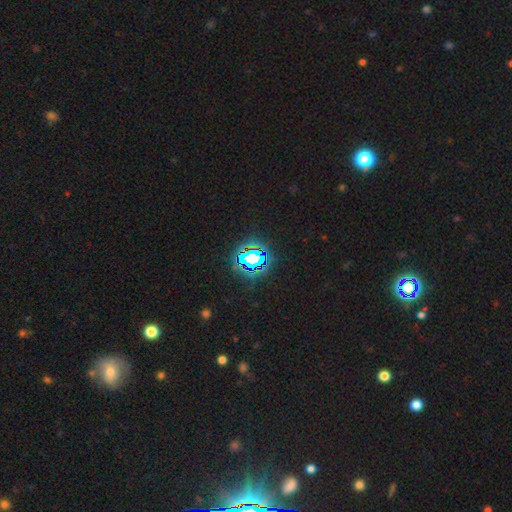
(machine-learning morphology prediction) A star or artifact, not a galaxy (72%).

Vote fractions:
- Smooth or featured? star or artifact: 72% / smooth: 17% / featured or disk: 11%